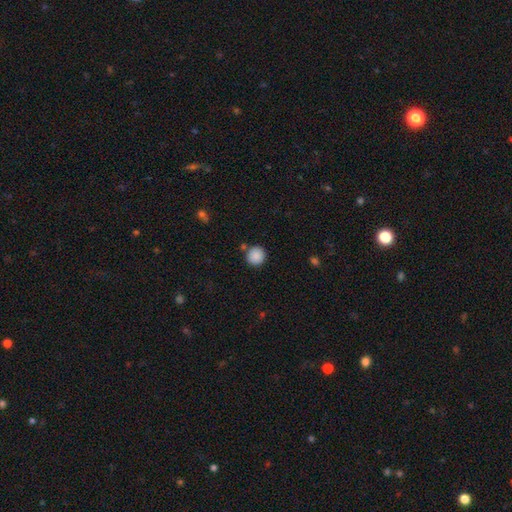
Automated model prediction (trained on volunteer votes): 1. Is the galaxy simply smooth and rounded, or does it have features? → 89% smooth, 8% star or artifact, 3% featured or disk.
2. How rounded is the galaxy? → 92% round, 7% in between, 1% cigar-shaped.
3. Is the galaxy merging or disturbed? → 83% none, 9% minor disturbance, 6% merger, 3% major disturbance.